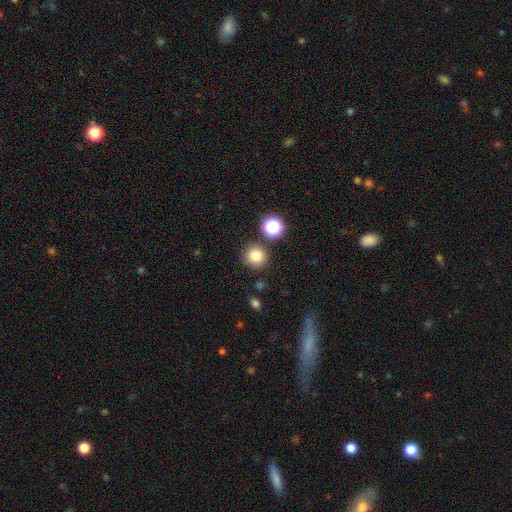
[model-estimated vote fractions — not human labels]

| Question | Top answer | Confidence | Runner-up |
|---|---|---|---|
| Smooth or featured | smooth | 82% | star or artifact (13%) |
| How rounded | round | 93% | in between (6%) |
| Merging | none | 84% | minor disturbance (8%) |